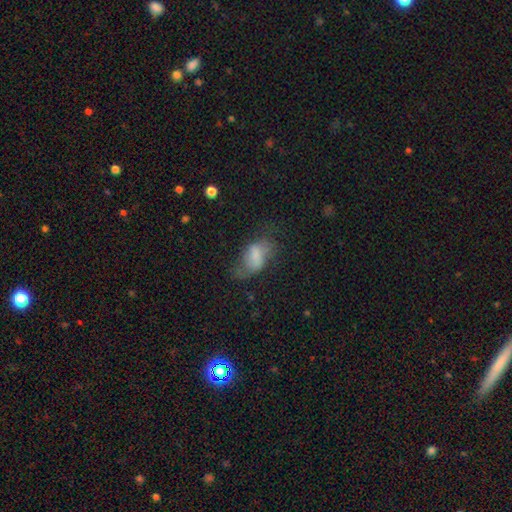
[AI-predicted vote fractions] smooth-or-featured: smooth: 61% | featured or disk: 28% | star or artifact: 11%
  how-rounded: in between: 89% | round: 8% | cigar-shaped: 3%
  merging: none: 34% (tied) | major disturbance: 34% (tied) | minor disturbance: 28% | merger: 5%